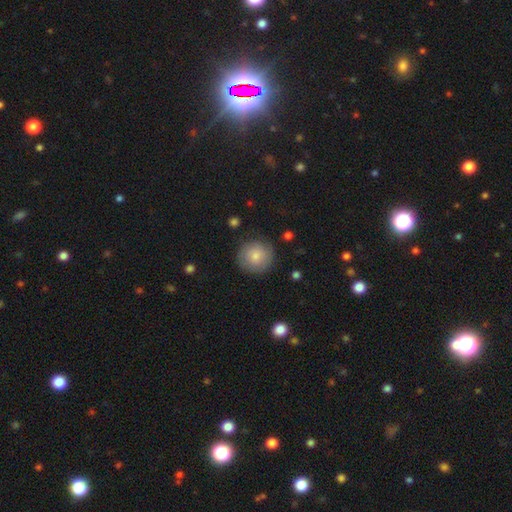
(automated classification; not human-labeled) Smooth or featured? smooth (81%)
How rounded? round (94%)
Merging? none (83%)